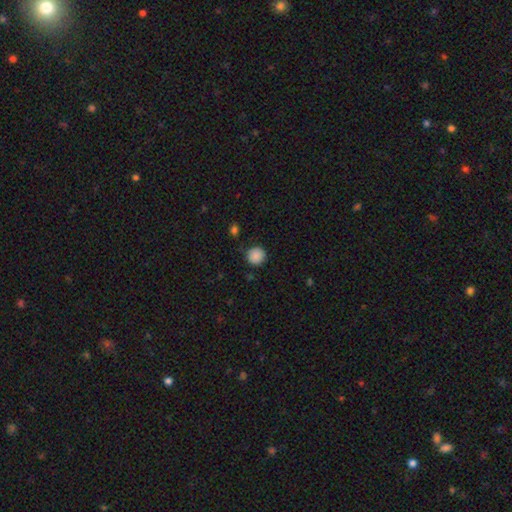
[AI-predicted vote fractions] This appears to be a smooth galaxy with no disk features (88%) that is round (92%). Merging: none (85%).